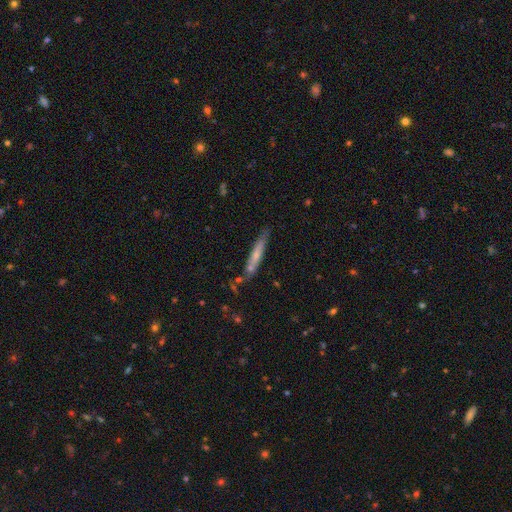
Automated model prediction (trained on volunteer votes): Smooth or featured? Predicted: smooth (p=0.51). How rounded? Predicted: cigar-shaped (p=0.94). Merging? Predicted: none (p=0.73).